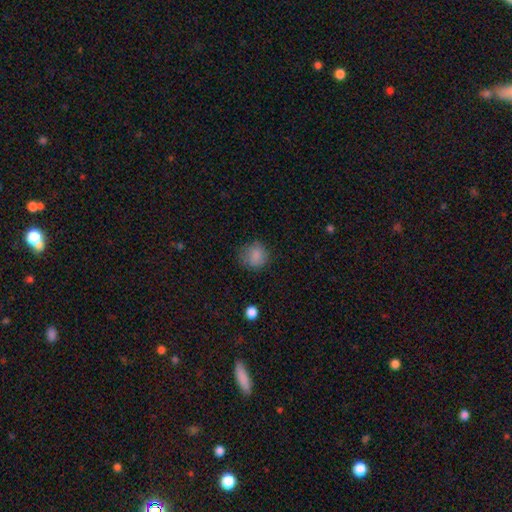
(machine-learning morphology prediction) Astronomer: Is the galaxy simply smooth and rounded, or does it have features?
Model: smooth — 83%.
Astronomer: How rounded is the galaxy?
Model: round — 81%.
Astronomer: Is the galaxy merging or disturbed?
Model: none — 73%.